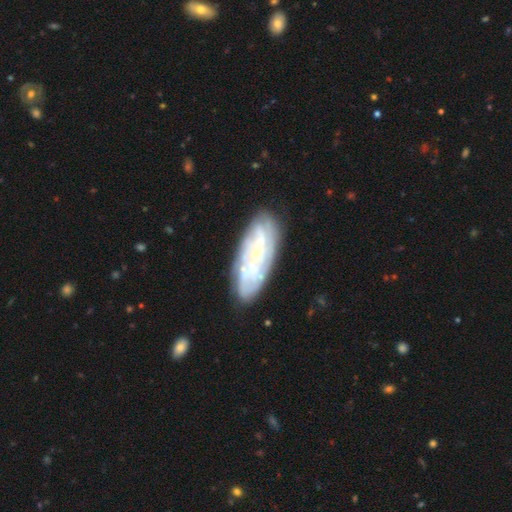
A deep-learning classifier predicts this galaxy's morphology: A featured or disk galaxy (67%) with no bar (71%), spiral arms (73%) and a small central bulge (72%).

Vote fractions:
- Smooth or featured? featured or disk: 67% / smooth: 25% / star or artifact: 7%
- Edge-on disk? no: 88% / yes: 12%
- Bar? no: 71% / weak: 22% / strong: 7%
- Spiral arms? yes: 73% / no: 27%
- Bulge size? small: 72% / moderate: 14% / none: 11% / large: 2% / dominant: 1%
- Merging? none: 76% / minor disturbance: 16% / major disturbance: 5% / merger: 3%